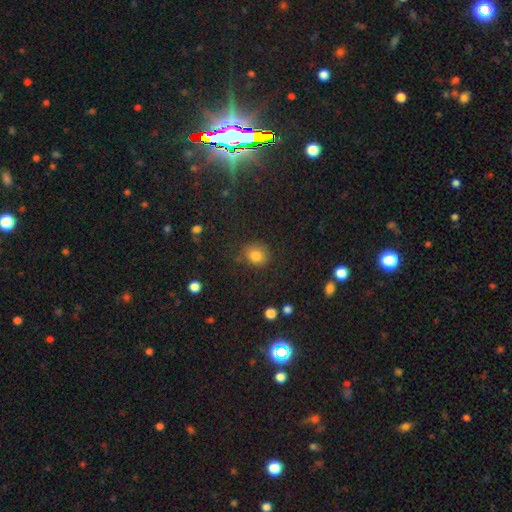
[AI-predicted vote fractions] This is clearly a smooth galaxy (80%). How rounded: likely round (71%). Merging: likely none (76%).